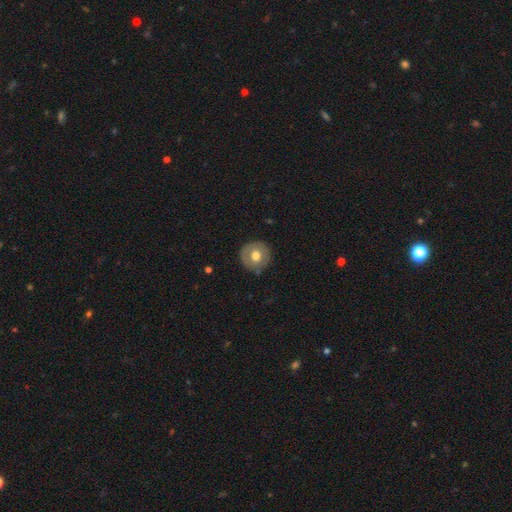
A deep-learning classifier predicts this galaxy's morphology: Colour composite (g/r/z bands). It shows a smooth galaxy with no disk features (56%) that is round (92%). Merging: none (84%).